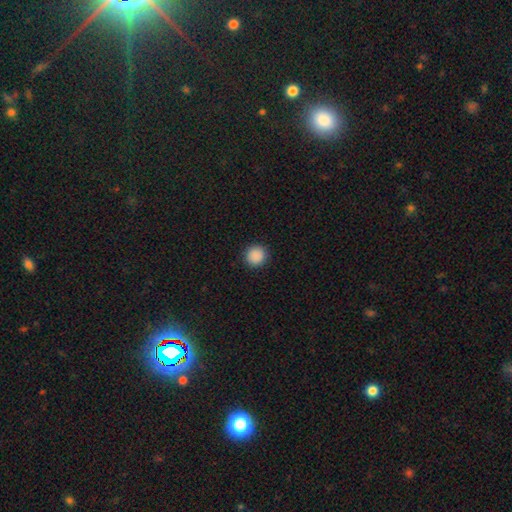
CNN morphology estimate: Smooth or featured? Predicted: smooth (p=0.89). How rounded? Predicted: round (p=0.94). Merging? Predicted: none (p=0.92).